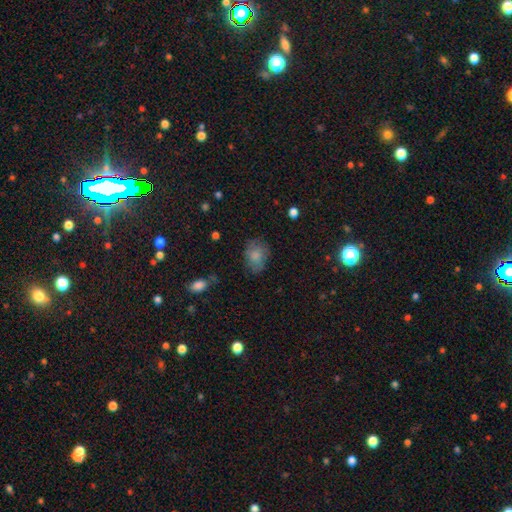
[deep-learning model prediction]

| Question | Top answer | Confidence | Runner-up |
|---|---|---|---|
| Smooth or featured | smooth | 80% | featured or disk (13%) |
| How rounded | in between | 70% | round (29%) |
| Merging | none | 69% | minor disturbance (22%) |